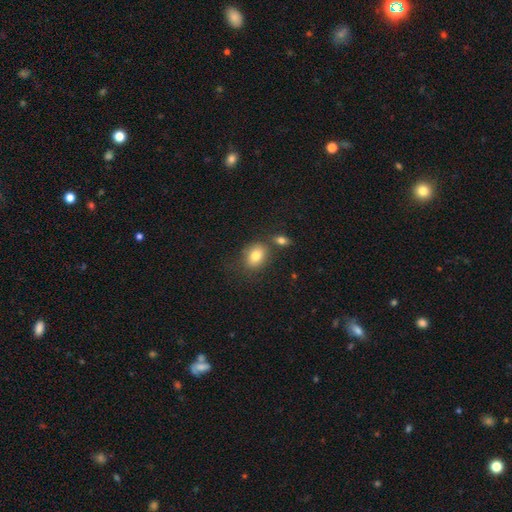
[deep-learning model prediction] Smooth or featured? smooth (80%)
How rounded? in between (63%)
Merging? none (63%)